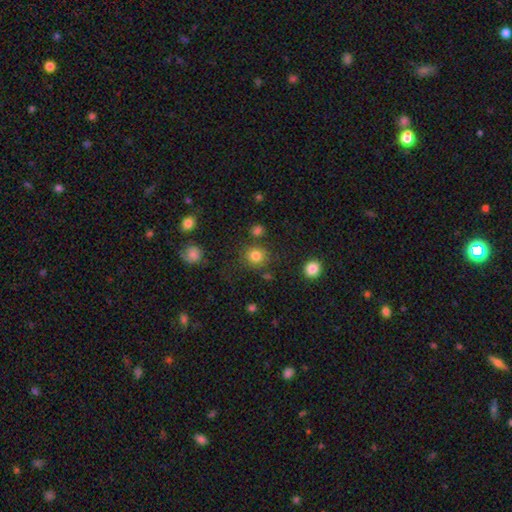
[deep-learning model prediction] Q: Smooth or featured?
A: smooth (81%); runner-up: star or artifact (13%)
Q: How rounded?
A: round (90%); runner-up: in between (9%)
Q: Merging?
A: none (81%); runner-up: minor disturbance (9%)